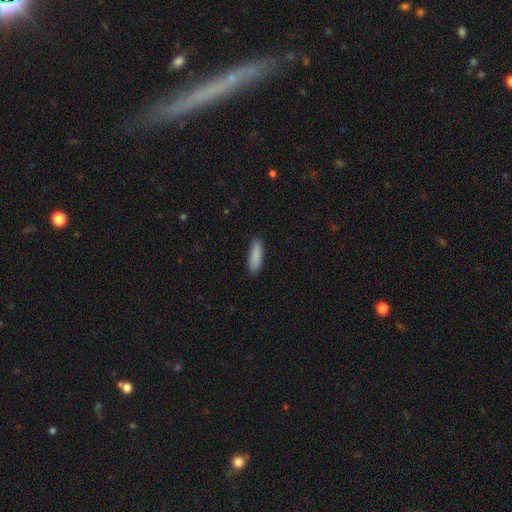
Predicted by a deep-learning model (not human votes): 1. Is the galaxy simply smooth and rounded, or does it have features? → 89% smooth, 6% star or artifact, 5% featured or disk.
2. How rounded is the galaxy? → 60% cigar-shaped, 39% in between, 1% round.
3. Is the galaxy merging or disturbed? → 88% none, 9% minor disturbance, 2% major disturbance, 1% merger.